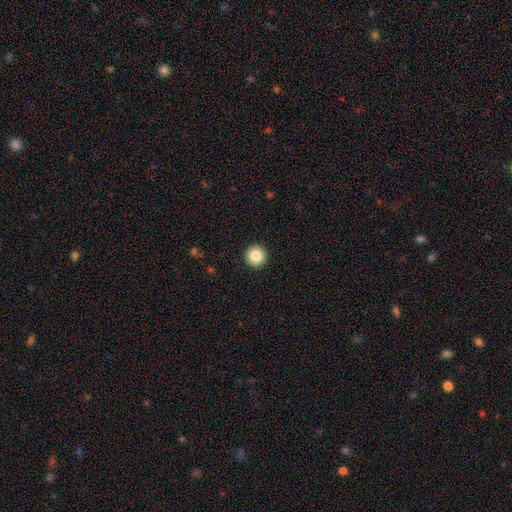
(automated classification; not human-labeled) smooth_or_featured: smooth (p=0.85) [alt: star or artifact p=0.09]
how_rounded: round (p=0.96) [alt: in between p=0.03]
merging: none (p=0.93) [alt: minor disturbance p=0.04]